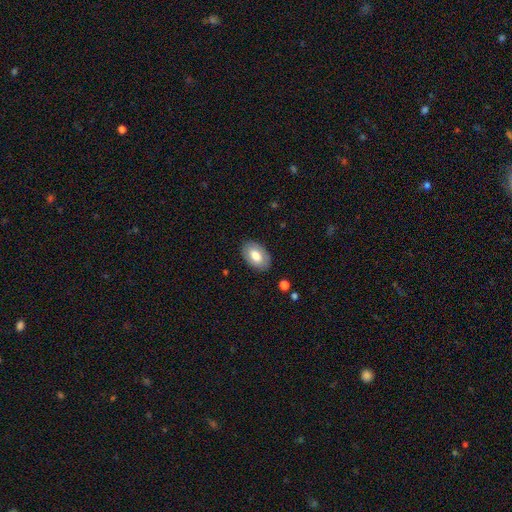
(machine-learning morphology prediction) Overall: smooth (71%). How rounded: in between (92%). Merging: none (85%).